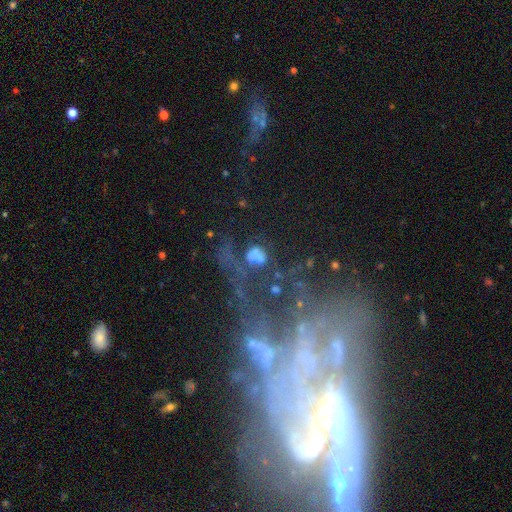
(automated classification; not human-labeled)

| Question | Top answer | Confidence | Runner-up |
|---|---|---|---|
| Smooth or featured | smooth | 38% | featured or disk (34%) |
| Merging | none | 34% | major disturbance (32%) |